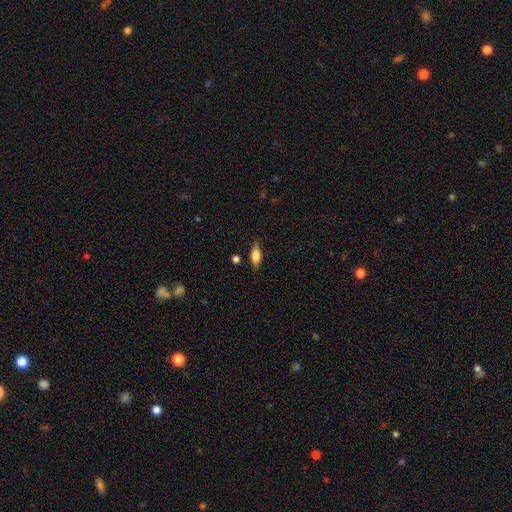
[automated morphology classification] A smooth galaxy with no disk features (65%) that is in between round and cigar-shaped (73%).

Vote fractions:
- Smooth or featured? smooth: 65% / featured or disk: 27% / star or artifact: 8%
- How rounded? in between: 73% / cigar-shaped: 23% / round: 4%
- Merging? none: 82% / minor disturbance: 13% / major disturbance: 3% / merger: 2%